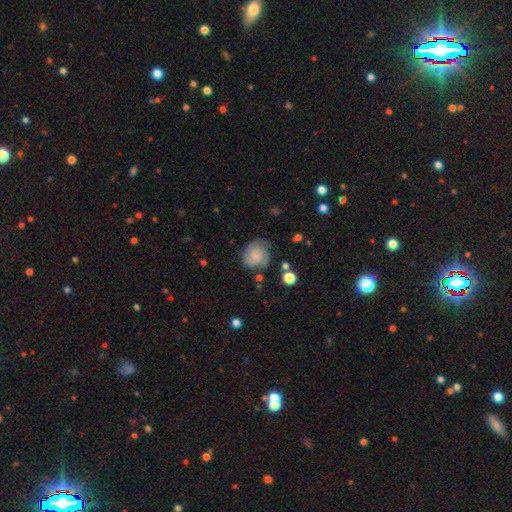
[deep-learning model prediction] A smooth galaxy with no disk features (52%) that is round (79%). Merging: none (62%).